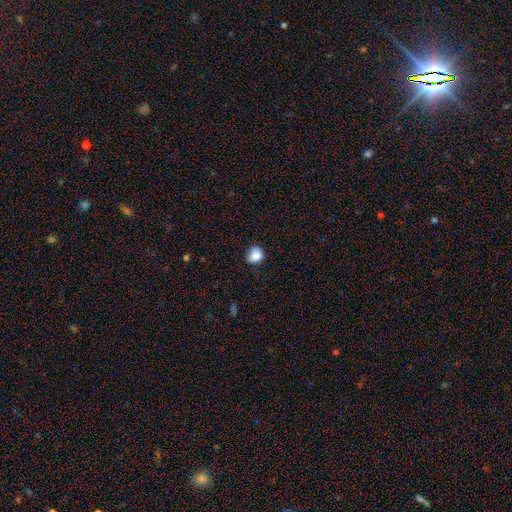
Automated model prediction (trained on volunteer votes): Q: Smooth or featured?
A: smooth (85%); runner-up: star or artifact (10%)
Q: How rounded?
A: round (73%); runner-up: in between (26%)
Q: Merging?
A: none (70%); runner-up: minor disturbance (24%)